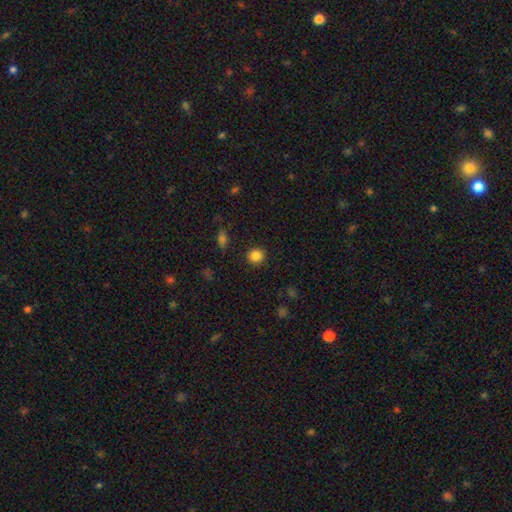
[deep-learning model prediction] smooth_or_featured: smooth (p=0.85) [alt: star or artifact p=0.11]
how_rounded: round (p=0.90) [alt: in between p=0.09]
merging: none (p=0.91) [alt: minor disturbance p=0.06]